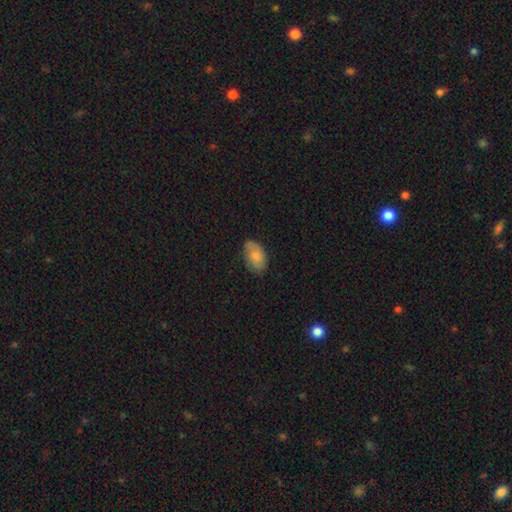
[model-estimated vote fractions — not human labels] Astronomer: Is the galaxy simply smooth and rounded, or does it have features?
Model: smooth — 76%.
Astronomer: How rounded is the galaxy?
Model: in between — 93%.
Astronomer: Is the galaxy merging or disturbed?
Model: none — 72%.